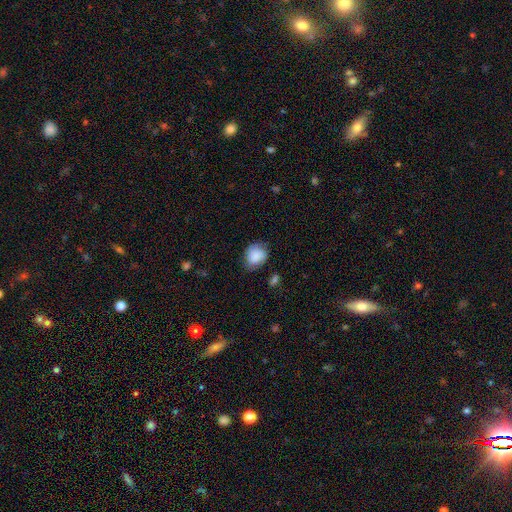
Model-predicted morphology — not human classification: smooth 74%, featured or disk 18%, star or artifact 8%. Down the decision tree: how rounded — round (59%); merging — none (59%).